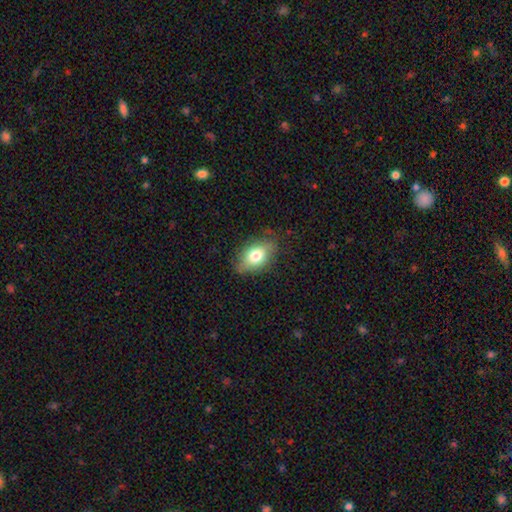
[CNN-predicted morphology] smooth 73%, featured or disk 19%, star or artifact 8%. Down the decision tree: how rounded — in between (84%); merging — none (73%).